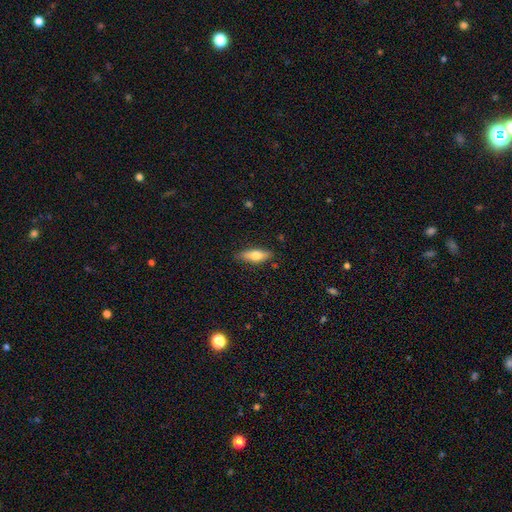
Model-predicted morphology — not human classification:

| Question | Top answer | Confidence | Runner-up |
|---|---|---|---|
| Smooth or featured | smooth | 62% | featured or disk (31%) |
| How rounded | in between | 54% | cigar-shaped (43%) |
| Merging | none | 85% | minor disturbance (11%) |